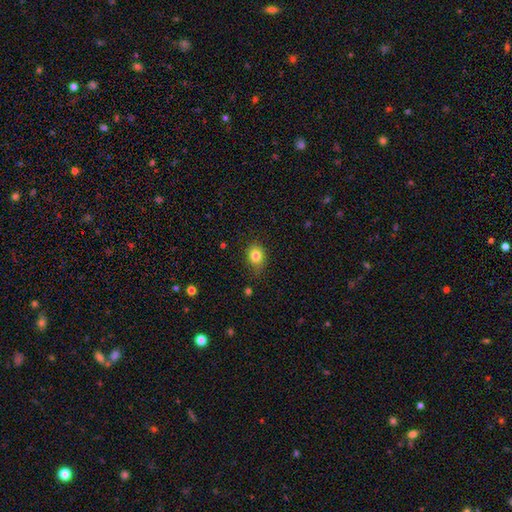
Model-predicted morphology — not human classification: This is clearly a smooth galaxy (82%). How rounded: possibly round (56%). Merging: likely none (72%).